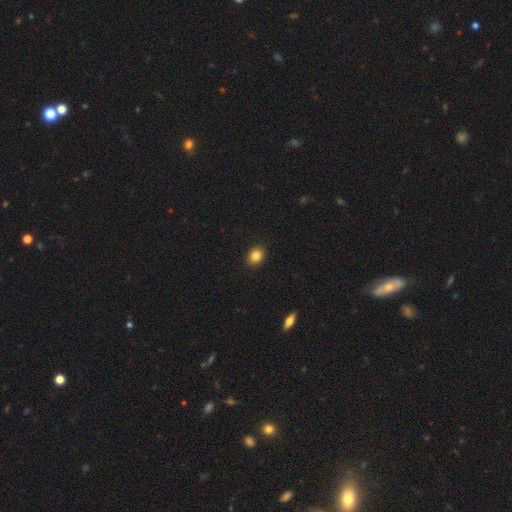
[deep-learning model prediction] The model was most divided on "how rounded": in between: 60%, round: 39%, cigar-shaped: 1%. More confident: merging — none (91%); smooth or featured — smooth (85%).